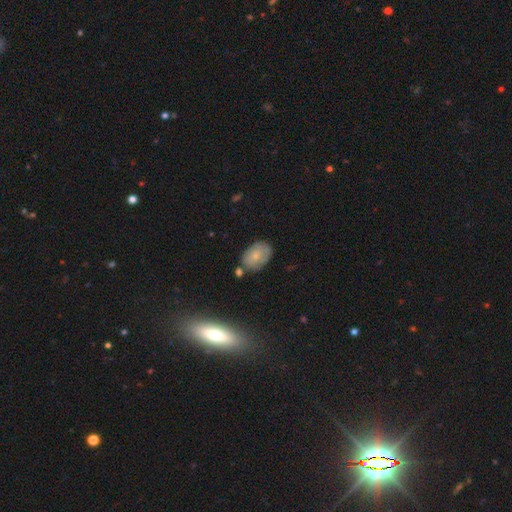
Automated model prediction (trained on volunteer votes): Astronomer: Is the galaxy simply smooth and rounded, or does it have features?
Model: smooth — 69%.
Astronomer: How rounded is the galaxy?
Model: in between — 86%.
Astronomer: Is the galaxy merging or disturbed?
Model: none — 66%.